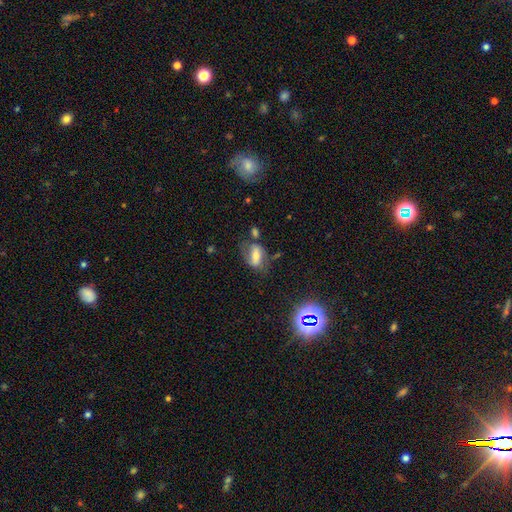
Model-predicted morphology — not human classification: Q: Smooth or featured?
A: smooth (50%); runner-up: featured or disk (38%)
Q: Merging?
A: none (50%); runner-up: minor disturbance (25%)